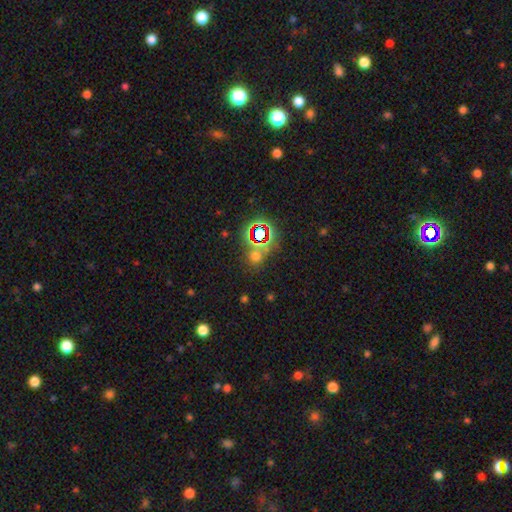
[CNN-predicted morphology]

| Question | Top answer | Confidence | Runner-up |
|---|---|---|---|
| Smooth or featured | smooth | 48% | star or artifact (44%) |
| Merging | none | 70% | merger (14%) |